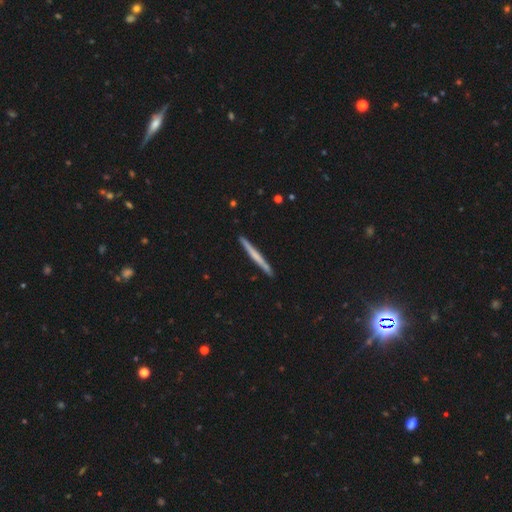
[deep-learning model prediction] A smooth galaxy with no disk features (49%).

Vote fractions:
- Smooth or featured? smooth: 49% / featured or disk: 46% / star or artifact: 5%
- Merging? none: 92% / minor disturbance: 6% / major disturbance: 1% / merger: 1%